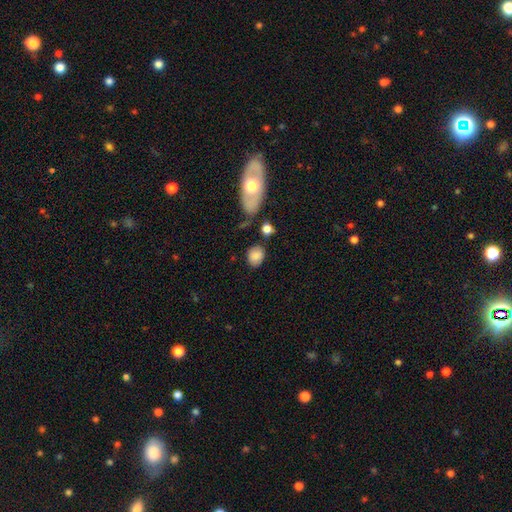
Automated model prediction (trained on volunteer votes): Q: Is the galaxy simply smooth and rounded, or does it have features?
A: smooth — 84%.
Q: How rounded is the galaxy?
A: round — 58%.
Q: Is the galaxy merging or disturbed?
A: none — 73%.